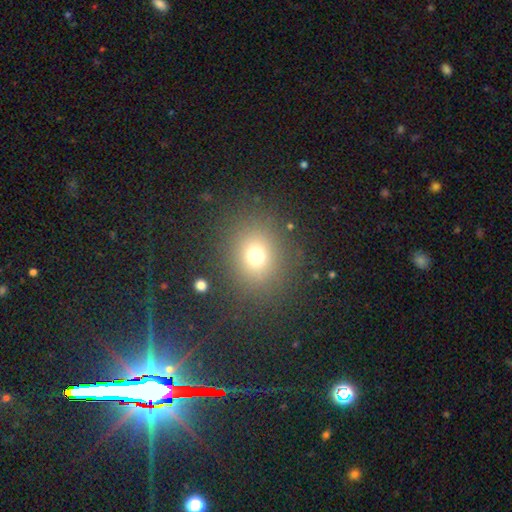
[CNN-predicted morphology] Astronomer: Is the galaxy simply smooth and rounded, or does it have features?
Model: smooth — 71%.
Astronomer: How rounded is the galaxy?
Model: round — 75%.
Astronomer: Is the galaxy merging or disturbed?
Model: none — 84%.